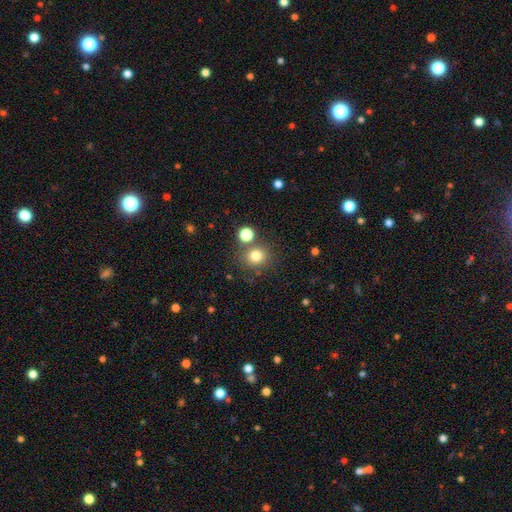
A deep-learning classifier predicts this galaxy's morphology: Smooth or featured?
  - smooth: 79% *
  - star or artifact: 14%
  - featured or disk: 7%
How rounded?
  - round: 83% *
  - in between: 16%
  - cigar-shaped: 1%
Merging?
  - none: 74% *
  - merger: 13%
  - minor disturbance: 9%
  - major disturbance: 4%